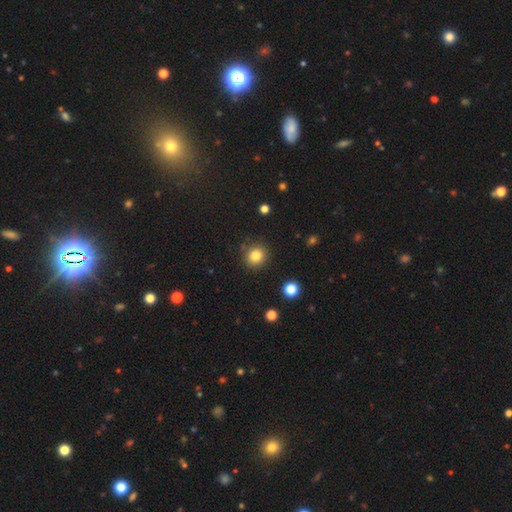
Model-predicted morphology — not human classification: Smooth or featured: smooth — 82% (star or artifact — 12%)
How rounded: round — 89% (in between — 10%)
Merging: none — 87% (minor disturbance — 8%)